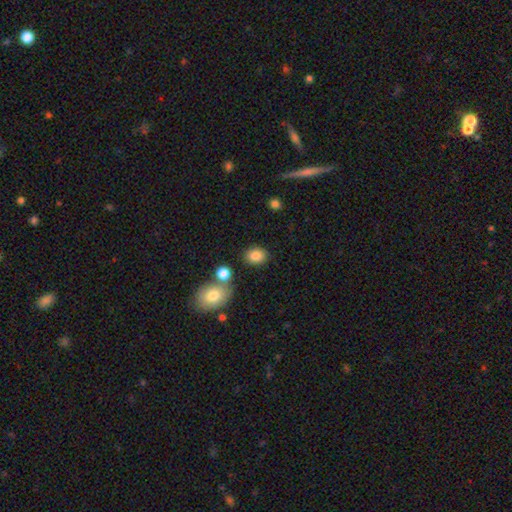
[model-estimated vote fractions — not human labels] This is clearly a smooth galaxy (86%). How rounded: possibly in between (53%). Merging: clearly none (80%).